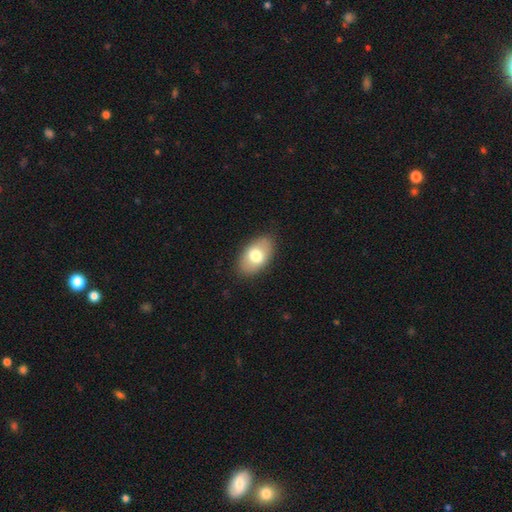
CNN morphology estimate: Smooth or featured? Predicted: smooth (p=0.71). How rounded? Predicted: in between (p=0.91). Merging? Predicted: none (p=0.85).